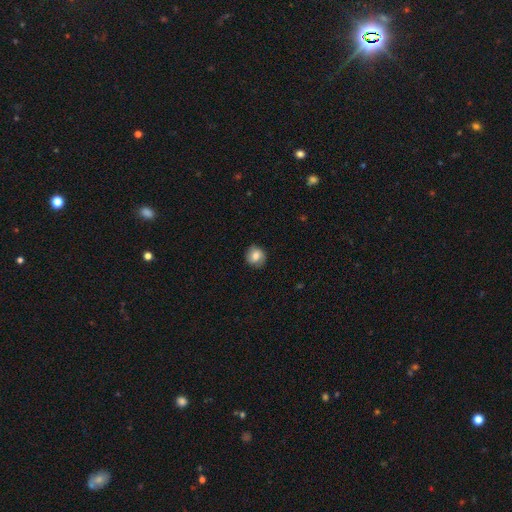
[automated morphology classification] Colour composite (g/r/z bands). It shows a smooth galaxy with no disk features (71%) that is round (87%). Merging: none (84%).